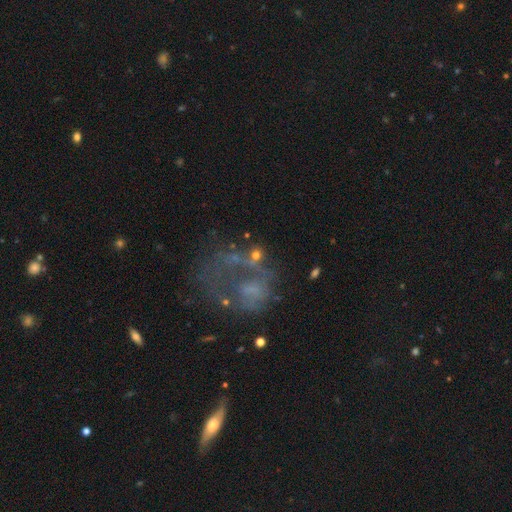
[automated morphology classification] Overall: smooth (43%; featured or disk 32%). Merging: none (42%; major disturbance 26%).